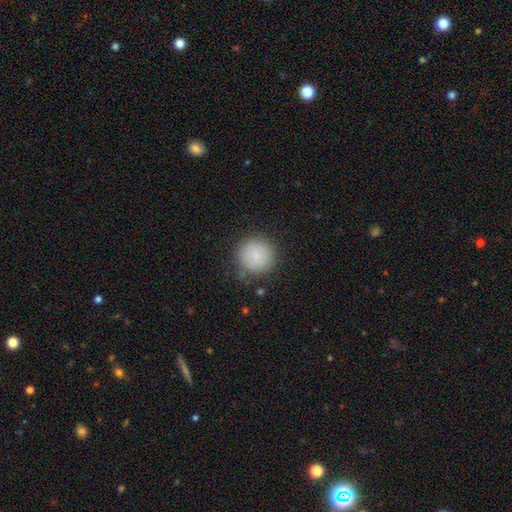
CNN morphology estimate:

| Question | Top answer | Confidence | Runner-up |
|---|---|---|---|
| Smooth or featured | smooth | 86% | star or artifact (8%) |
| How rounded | round | 95% | in between (4%) |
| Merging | none | 85% | minor disturbance (10%) |